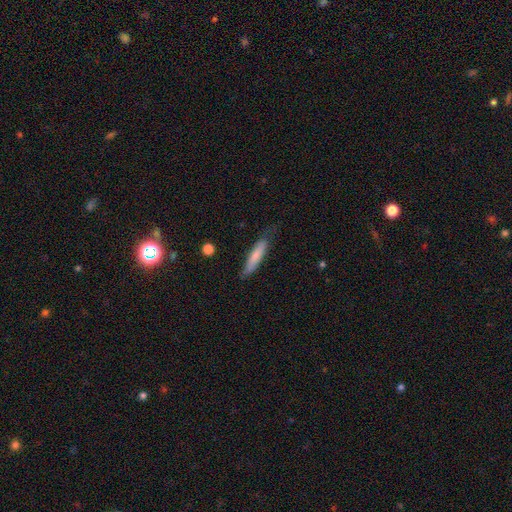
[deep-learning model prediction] This is likely a smooth galaxy (73%). How rounded: clearly cigar-shaped (83%). Merging: likely none (68%).